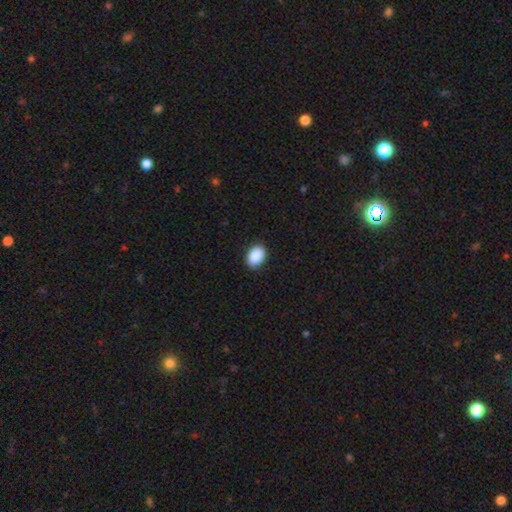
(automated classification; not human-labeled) Smooth or featured? Predicted: smooth (p=0.91). How rounded? Predicted: in between (p=0.84). Merging? Predicted: none (p=0.90).